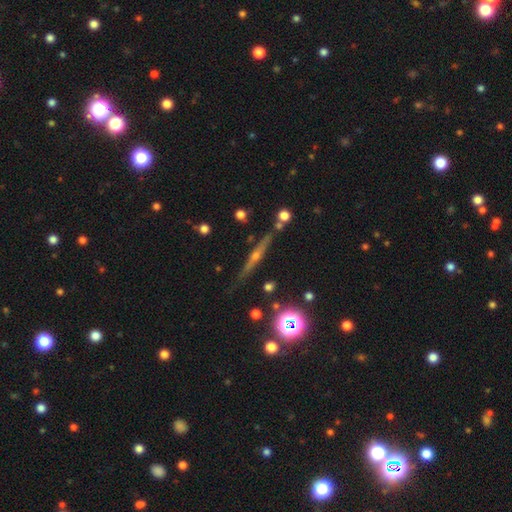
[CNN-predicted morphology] Smooth or featured? Predicted: star or artifact (p=0.47).